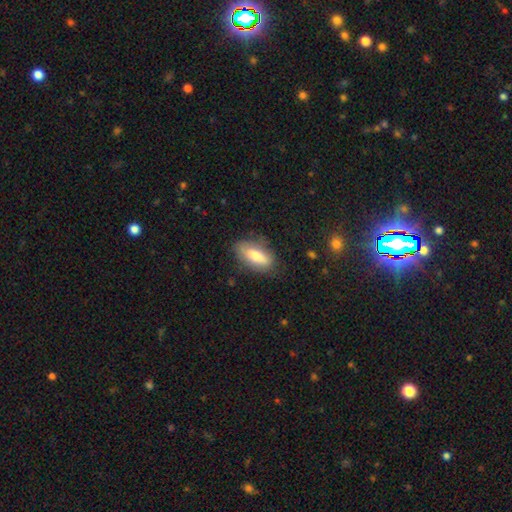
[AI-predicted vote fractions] Morphology: type=smooth (72%); roundness=in between (79%); merging=none (76%).